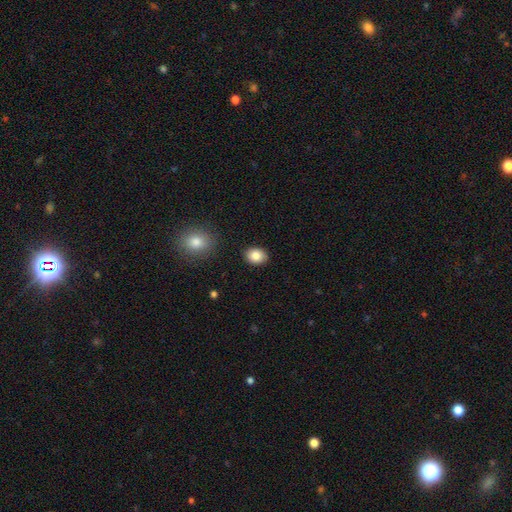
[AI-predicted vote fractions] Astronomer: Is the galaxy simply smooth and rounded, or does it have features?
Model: smooth — 86%.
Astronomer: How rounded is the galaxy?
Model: in between — 53% (runner-up: round, 46%).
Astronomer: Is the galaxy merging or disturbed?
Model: none — 89%.